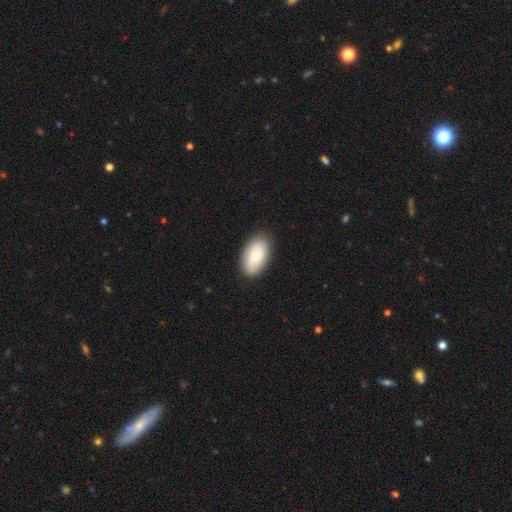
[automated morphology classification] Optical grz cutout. It shows a smooth galaxy with no disk features (67%) that is in between round and cigar-shaped (93%). Merging: none (84%).